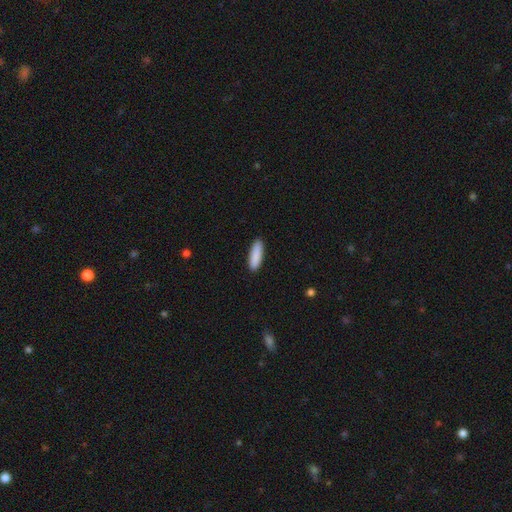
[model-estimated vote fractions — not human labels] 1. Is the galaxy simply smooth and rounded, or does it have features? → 90% smooth, 6% star or artifact, 5% featured or disk.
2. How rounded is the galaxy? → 60% cigar-shaped, 39% in between, 1% round.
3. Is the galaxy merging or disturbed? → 91% none, 7% minor disturbance, 2% major disturbance, 1% merger.